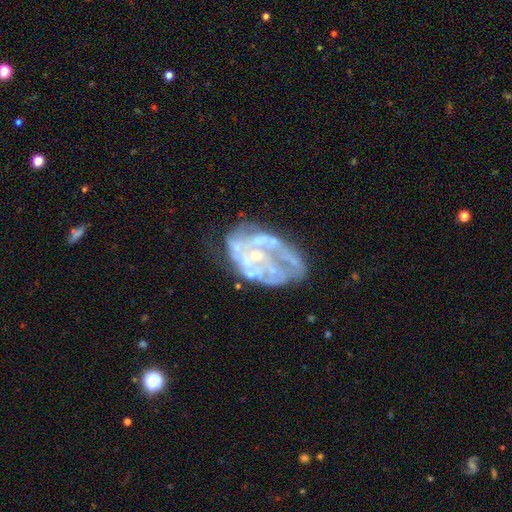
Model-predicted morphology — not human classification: A featured or disk galaxy (79%) with no bar (81%), no spiral arms (61%) and a small central bulge (47%).

Vote fractions:
- Smooth or featured? featured or disk: 79% / smooth: 13% / star or artifact: 9%
- Edge-on disk? no: 98% / yes: 2%
- Bar? no: 81% / weak: 15% / strong: 4%
- Spiral arms? no: 61% / yes: 39%
- Bulge size? small: 47% / none: 27% / moderate: 22% / large: 2% / dominant: 1%
- Merging? none: 42% / major disturbance: 26% / minor disturbance: 24% / merger: 8%